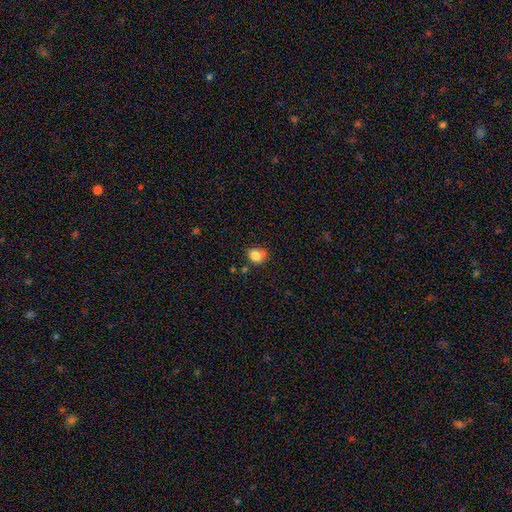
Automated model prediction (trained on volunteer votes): Smooth or featured? smooth (82%)
How rounded? round (59%)
Merging? none (60%)